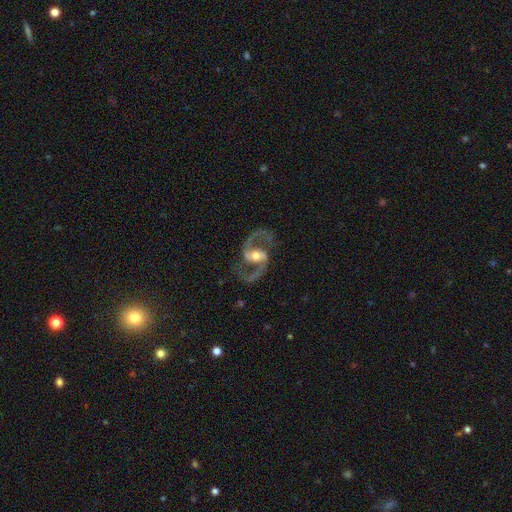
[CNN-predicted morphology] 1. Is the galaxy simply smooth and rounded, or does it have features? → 90% featured or disk, 6% star or artifact, 4% smooth.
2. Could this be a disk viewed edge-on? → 97% no, 3% yes.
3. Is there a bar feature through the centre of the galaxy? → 42% weak, 30% no, 27% strong.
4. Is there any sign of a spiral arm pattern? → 97% yes, 3% no.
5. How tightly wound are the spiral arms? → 64% medium, 20% loose, 16% tight.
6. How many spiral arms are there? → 94% 2, 1% can't tell, 1% 1, 1% 3, 1% 4, 1% more than 4.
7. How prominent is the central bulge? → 63% moderate, 19% small, 14% large, 2% none, 2% dominant.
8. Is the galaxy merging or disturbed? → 83% none, 10% minor disturbance, 5% major disturbance, 2% merger.